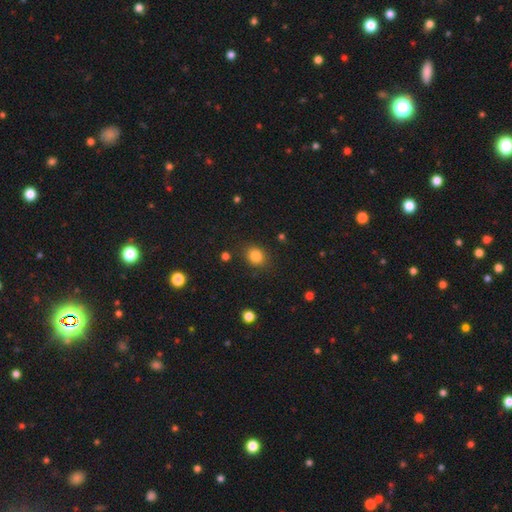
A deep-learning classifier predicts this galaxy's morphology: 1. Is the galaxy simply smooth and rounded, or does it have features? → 83% smooth, 12% star or artifact, 5% featured or disk.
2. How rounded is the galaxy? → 62% round, 37% in between, 1% cigar-shaped.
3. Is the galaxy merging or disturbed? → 83% none, 11% minor disturbance, 4% major disturbance, 2% merger.